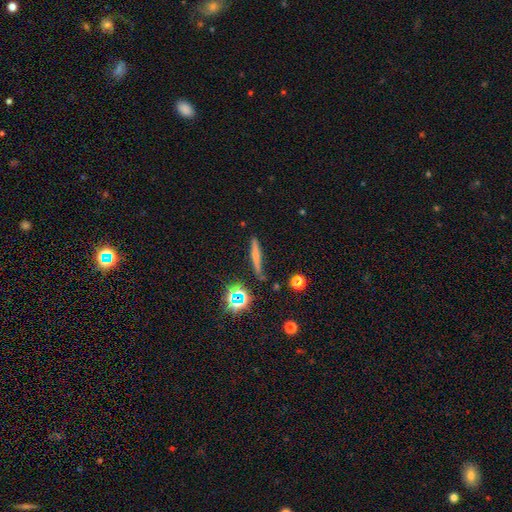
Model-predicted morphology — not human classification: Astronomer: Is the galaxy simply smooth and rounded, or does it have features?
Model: smooth — 54% (runner-up: featured or disk, 30%).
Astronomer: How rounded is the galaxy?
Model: cigar-shaped — 88%.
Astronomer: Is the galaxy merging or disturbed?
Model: none — 78%.